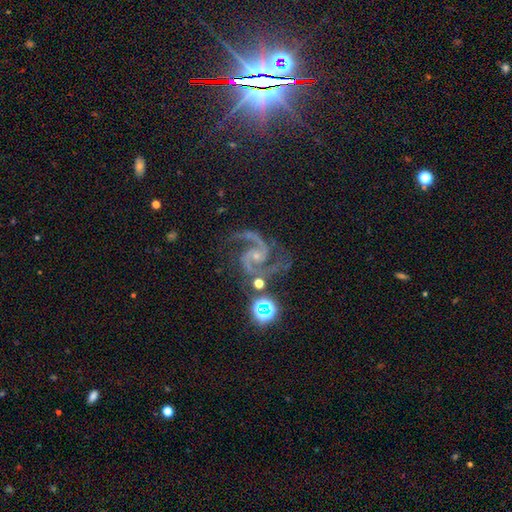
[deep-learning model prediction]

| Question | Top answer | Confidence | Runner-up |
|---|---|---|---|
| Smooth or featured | featured or disk | 89% | star or artifact (8%) |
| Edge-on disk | no | 98% | yes (2%) |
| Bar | no | 55% | weak (33%) |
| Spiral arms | yes | 99% | no (1%) |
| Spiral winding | medium | 66% | tight (18%) |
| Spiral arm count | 2 | 90% | 3 (4%) |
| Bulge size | small | 74% | moderate (19%) |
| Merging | none | 67% | minor disturbance (18%) |